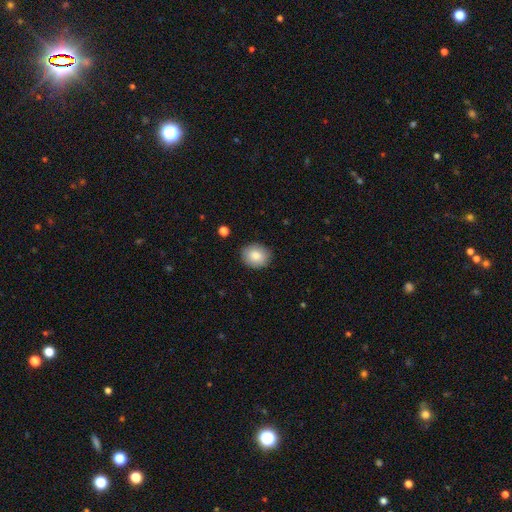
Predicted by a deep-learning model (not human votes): This is clearly a smooth galaxy (84%). How rounded: likely round (65%). Merging: clearly none (88%).